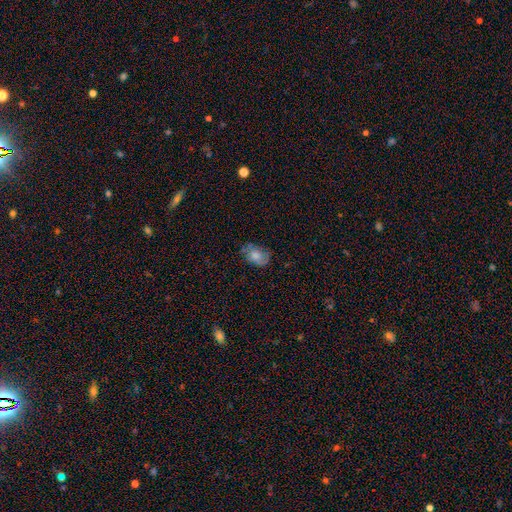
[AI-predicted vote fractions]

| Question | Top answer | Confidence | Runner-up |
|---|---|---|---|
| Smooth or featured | smooth | 63% | featured or disk (27%) |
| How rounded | in between | 78% | round (21%) |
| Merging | none | 61% | minor disturbance (27%) |